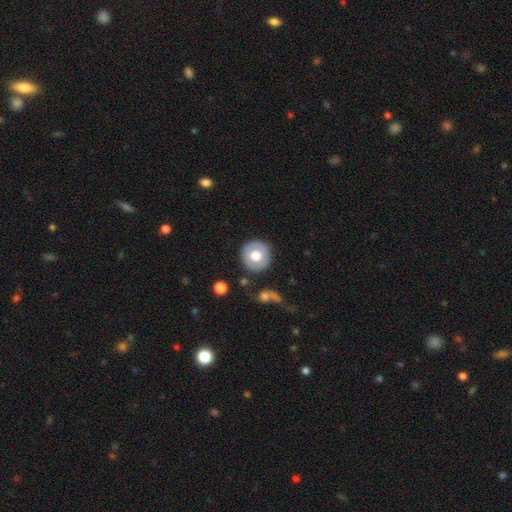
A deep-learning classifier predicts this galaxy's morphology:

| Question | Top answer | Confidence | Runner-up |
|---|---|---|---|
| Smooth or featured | smooth | 60% | featured or disk (32%) |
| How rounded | round | 90% | in between (9%) |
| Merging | none | 86% | minor disturbance (9%) |